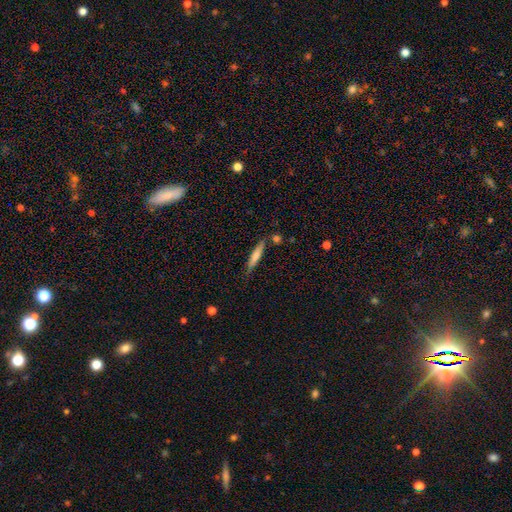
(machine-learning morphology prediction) A smooth galaxy with no disk features (66%) that is cigar-shaped (91%). Merging: none (79%).